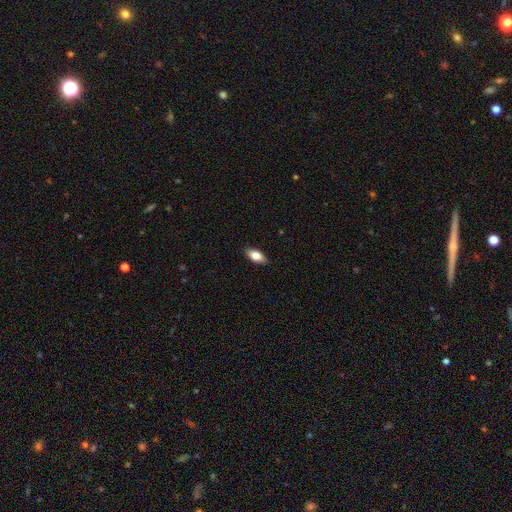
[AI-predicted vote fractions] Q: Smooth or featured?
A: smooth (78%); runner-up: featured or disk (15%)
Q: How rounded?
A: in between (88%); runner-up: cigar-shaped (8%)
Q: Merging?
A: none (88%); runner-up: minor disturbance (9%)